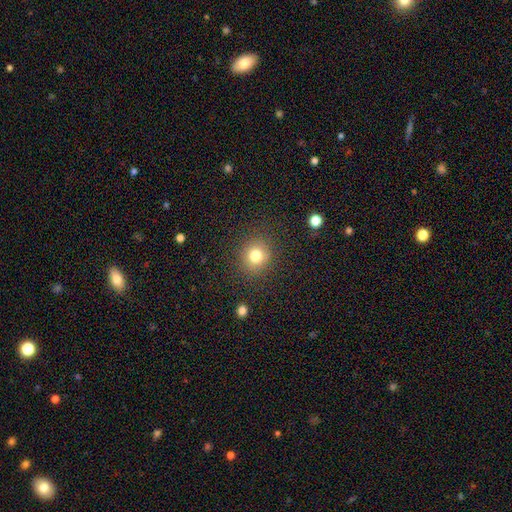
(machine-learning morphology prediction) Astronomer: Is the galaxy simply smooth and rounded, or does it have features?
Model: smooth — 79%.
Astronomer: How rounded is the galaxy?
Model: round — 87%.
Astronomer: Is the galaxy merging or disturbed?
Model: none — 87%.